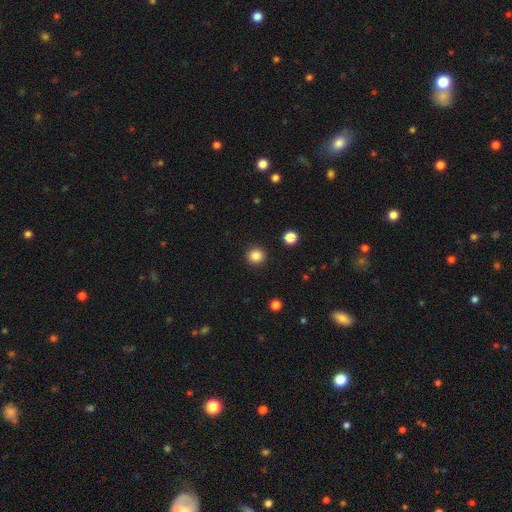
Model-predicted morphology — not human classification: type=smooth (86%); roundness=round (94%); merging=none (92%).